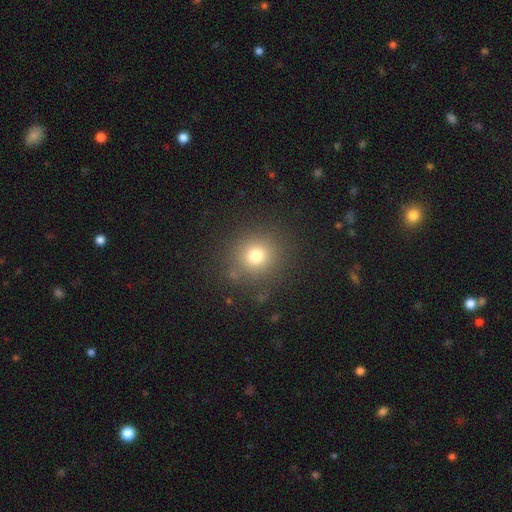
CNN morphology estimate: Smooth or featured? Predicted: smooth (p=0.75). How rounded? Predicted: round (p=0.87). Merging? Predicted: none (p=0.84).